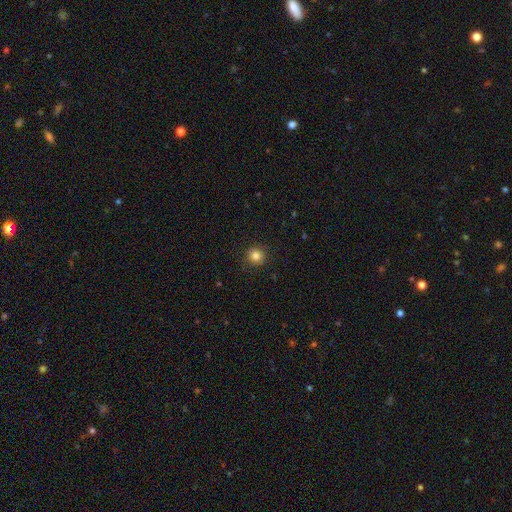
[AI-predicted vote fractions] Smooth or featured? smooth (83%)
How rounded? round (93%)
Merging? none (90%)